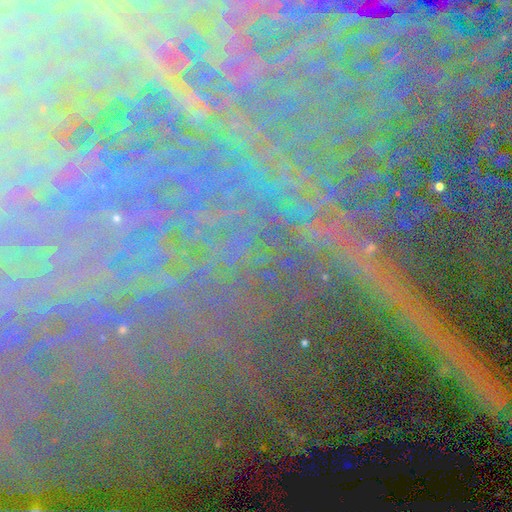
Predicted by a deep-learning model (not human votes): Smooth or featured: star or artifact — 74% (featured or disk — 15%)